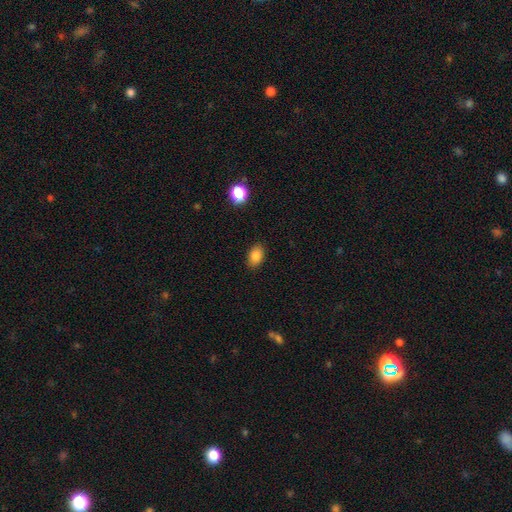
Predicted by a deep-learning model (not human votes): Overall: smooth (85%). How rounded: in between (84%). Merging: none (88%).